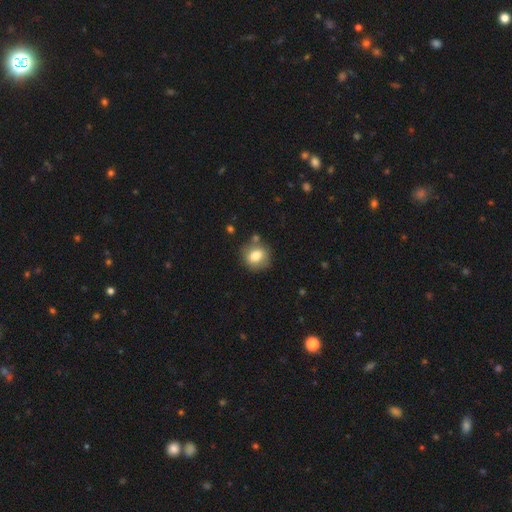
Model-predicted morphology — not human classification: This appears to be a smooth galaxy with no disk features (78%) that is round (78%). Merging: none (78%).